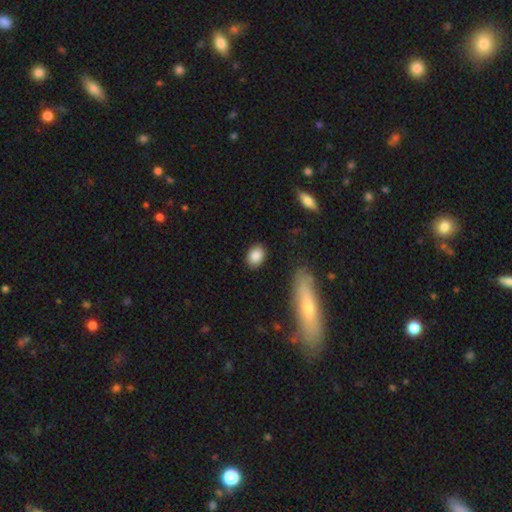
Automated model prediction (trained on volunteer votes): Smooth or featured?
  - smooth: 87% *
  - star or artifact: 8%
  - featured or disk: 5%
How rounded?
  - in between: 74% *
  - round: 24%
  - cigar-shaped: 2%
Merging?
  - none: 86% *
  - minor disturbance: 10%
  - major disturbance: 3%
  - merger: 2%